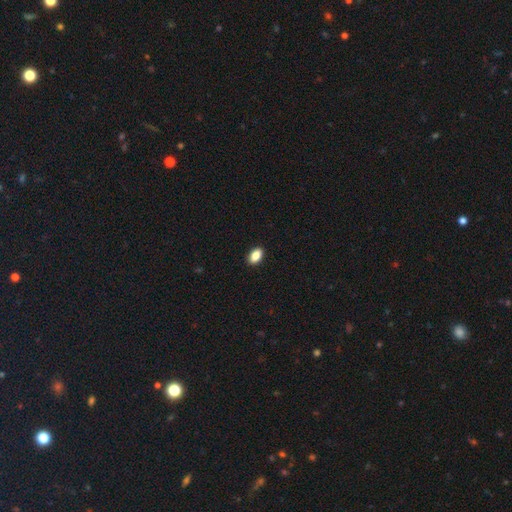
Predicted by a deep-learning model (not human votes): Overall: smooth (88%). How rounded: in between (90%). Merging: none (91%).